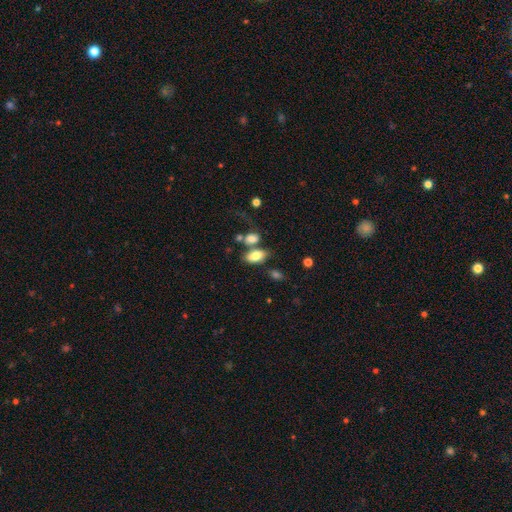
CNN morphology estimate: Smooth or featured: smooth — 80% (featured or disk — 12%)
How rounded: in between — 91% (round — 6%)
Merging: none — 53% (merger — 27%)